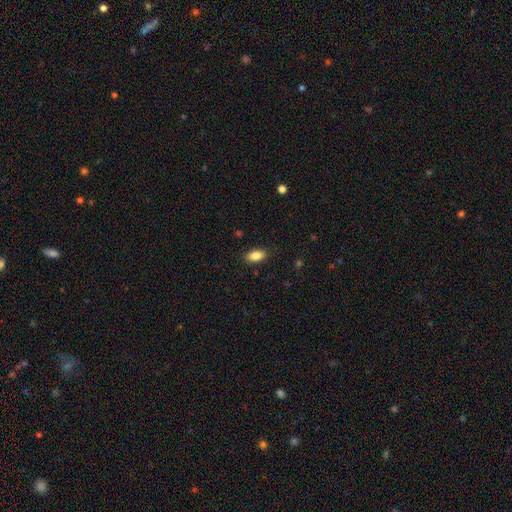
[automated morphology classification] A smooth galaxy with no disk features (85%) that is in between round and cigar-shaped (90%).

Vote fractions:
- Smooth or featured? smooth: 85% / star or artifact: 8% / featured or disk: 7%
- How rounded? in between: 90% / cigar-shaped: 7% / round: 4%
- Merging? none: 88% / minor disturbance: 9% / major disturbance: 2% / merger: 1%